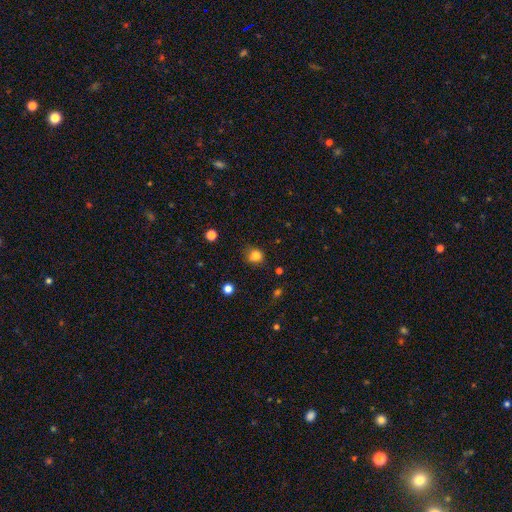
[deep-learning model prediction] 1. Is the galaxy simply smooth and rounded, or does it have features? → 80% smooth, 13% star or artifact, 6% featured or disk.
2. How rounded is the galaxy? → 72% round, 27% in between, 1% cigar-shaped.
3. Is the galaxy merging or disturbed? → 69% none, 22% minor disturbance, 6% major disturbance, 2% merger.